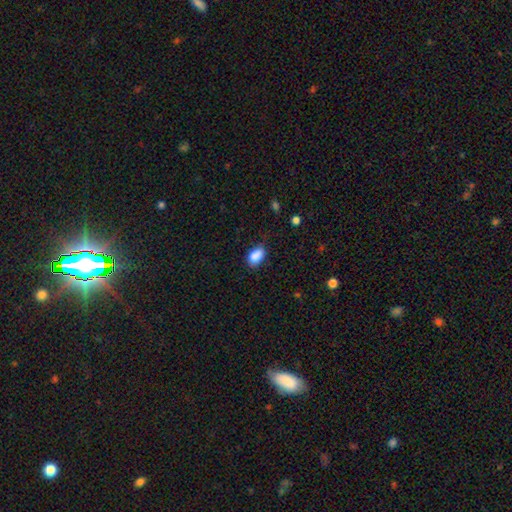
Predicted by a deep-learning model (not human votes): Smooth or featured: smooth — 89% (star or artifact — 7%)
How rounded: in between — 91% (round — 7%)
Merging: none — 72% (minor disturbance — 22%)